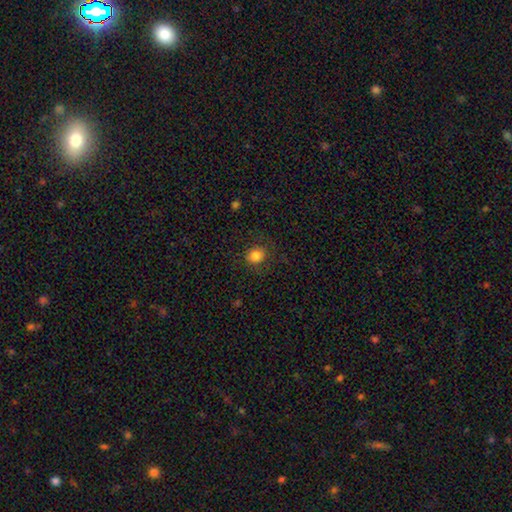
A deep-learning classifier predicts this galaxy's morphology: Smooth or featured? smooth (83%)
How rounded? round (81%)
Merging? none (81%)